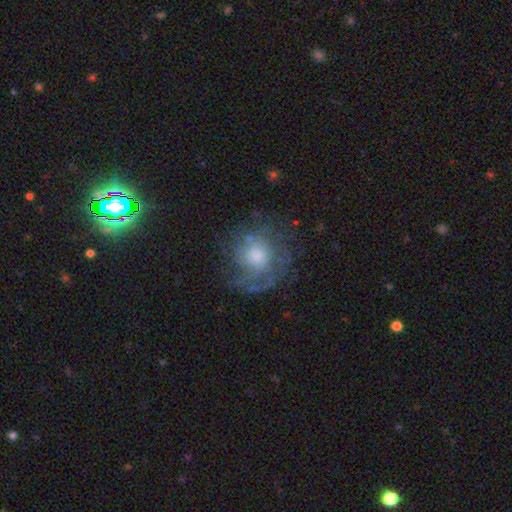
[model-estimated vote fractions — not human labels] Smooth or featured? featured or disk (62%)
Edge-on disk? no (97%)
Bar? no (80%)
Spiral arms? yes (80%)
Bulge size? moderate (48%)
Merging? none (62%)